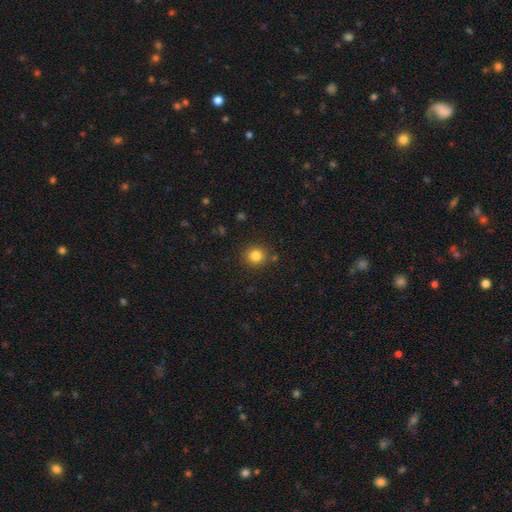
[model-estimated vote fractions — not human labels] A smooth galaxy with no disk features (82%) that is round (91%). Merging: none (87%).